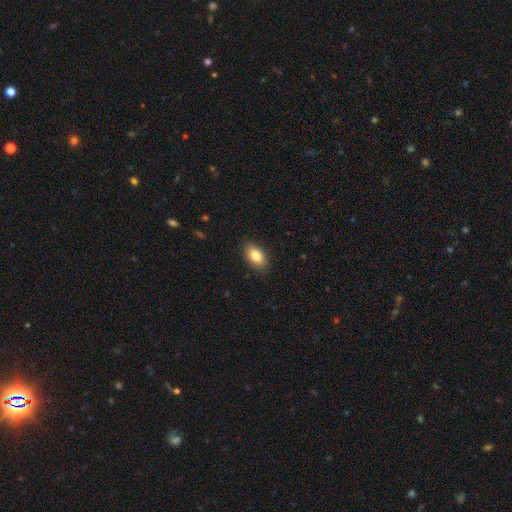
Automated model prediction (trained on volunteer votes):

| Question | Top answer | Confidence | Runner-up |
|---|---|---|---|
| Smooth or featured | smooth | 86% | featured or disk (7%) |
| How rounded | in between | 92% | round (6%) |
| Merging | none | 87% | minor disturbance (10%) |